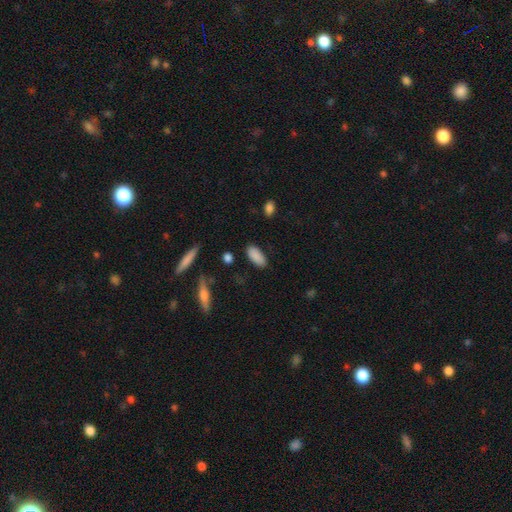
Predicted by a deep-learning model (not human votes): smooth-or-featured: smooth: 88% | star or artifact: 7% | featured or disk: 5%
  how-rounded: in between: 88% | cigar-shaped: 10% | round: 2%
  merging: none: 86% | minor disturbance: 10% | major disturbance: 2% | merger: 2%